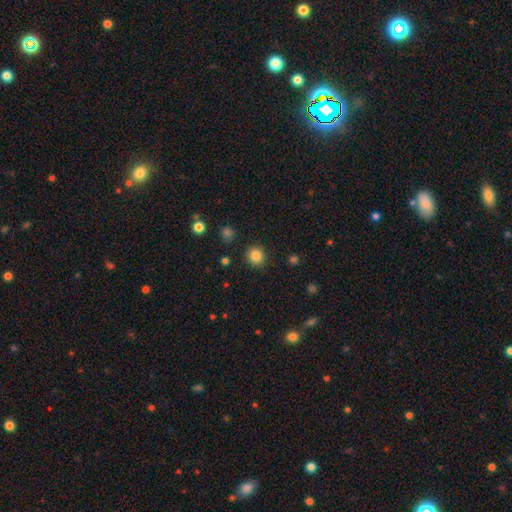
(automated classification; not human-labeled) A smooth galaxy with no disk features (84%) that is round (88%). Merging: none (90%).